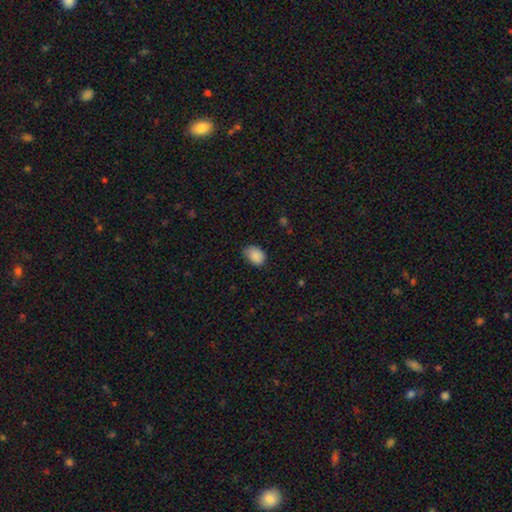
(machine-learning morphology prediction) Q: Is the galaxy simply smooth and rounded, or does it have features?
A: smooth — 88%.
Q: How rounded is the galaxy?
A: in between — 77%.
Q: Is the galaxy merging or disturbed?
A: none — 66%.